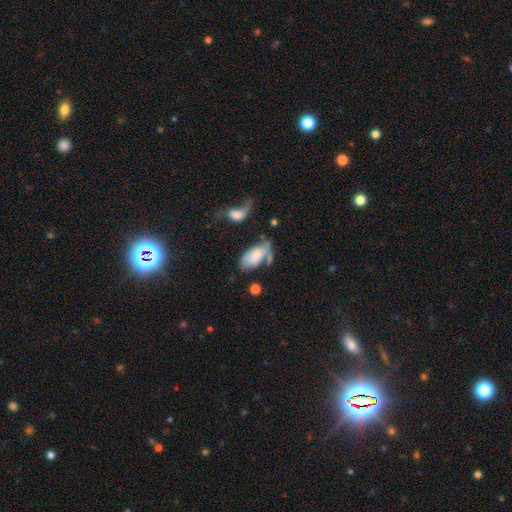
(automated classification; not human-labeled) Smooth or featured? smooth (64%)
How rounded? in between (93%)
Merging? none (31%)